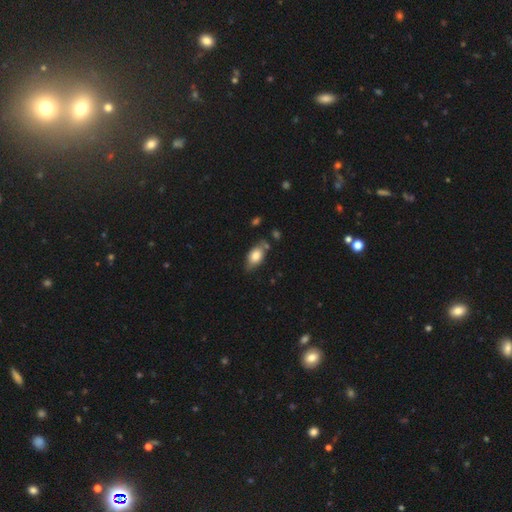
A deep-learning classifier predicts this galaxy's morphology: smooth-or-featured: smooth: 76% | featured or disk: 17% | star or artifact: 7%
  how-rounded: in between: 88% | round: 7% | cigar-shaped: 5%
  merging: none: 66% | minor disturbance: 22% | merger: 7% | major disturbance: 5%